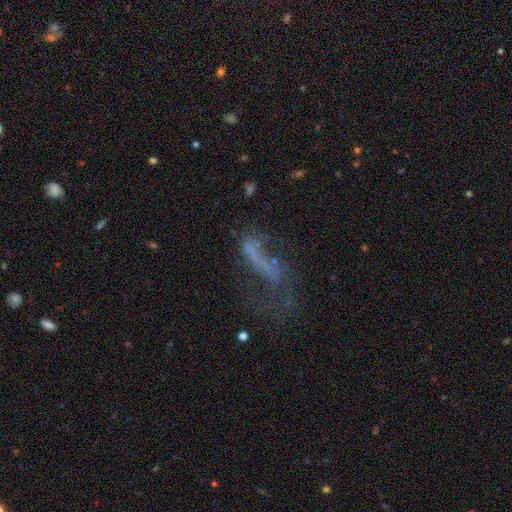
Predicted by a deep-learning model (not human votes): smooth-or-featured: featured or disk: 44% | smooth: 37% | star or artifact: 19%
  merging: major disturbance: 48% | none: 28% | minor disturbance: 16% | merger: 8%